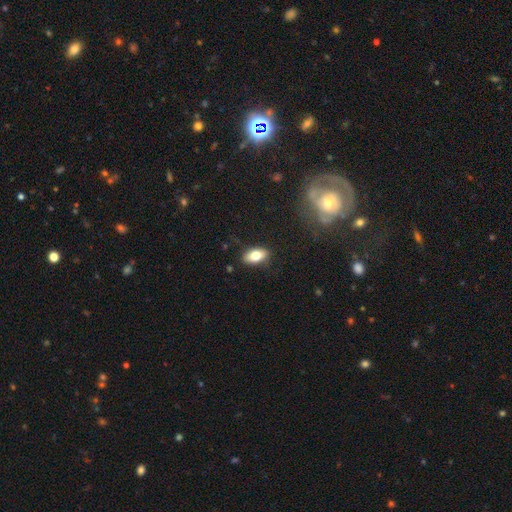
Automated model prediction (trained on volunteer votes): Morphology: type=smooth (76%); roundness=in between (89%); merging=none (84%).